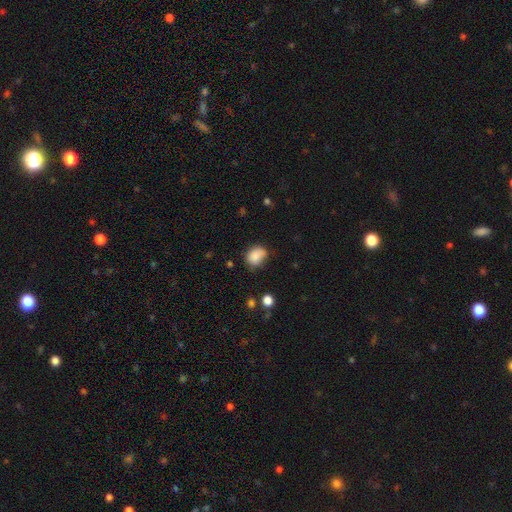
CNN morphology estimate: Smooth or featured? smooth (85%)
How rounded? in between (54%)
Merging? none (60%)